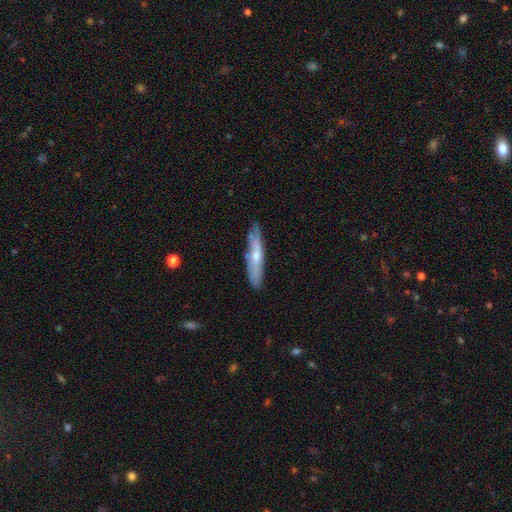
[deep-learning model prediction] The model was most divided on "smooth or featured": smooth: 51%, featured or disk: 43%, star or artifact: 6%. More confident: how rounded — cigar-shaped (85%); merging — none (74%).